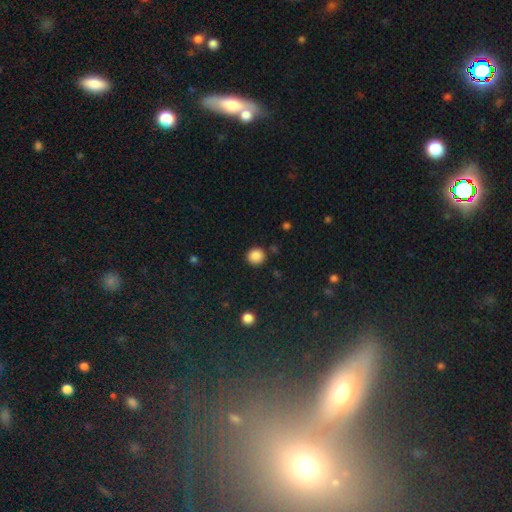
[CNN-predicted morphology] Q: Smooth or featured?
A: smooth (87%); runner-up: star or artifact (10%)
Q: How rounded?
A: round (92%); runner-up: in between (7%)
Q: Merging?
A: none (88%); runner-up: minor disturbance (7%)